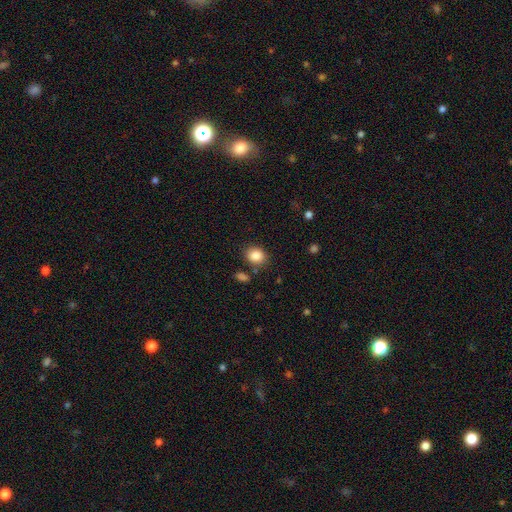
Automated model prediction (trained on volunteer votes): A smooth galaxy with no disk features (86%) that is round (57%). Merging: none (81%).